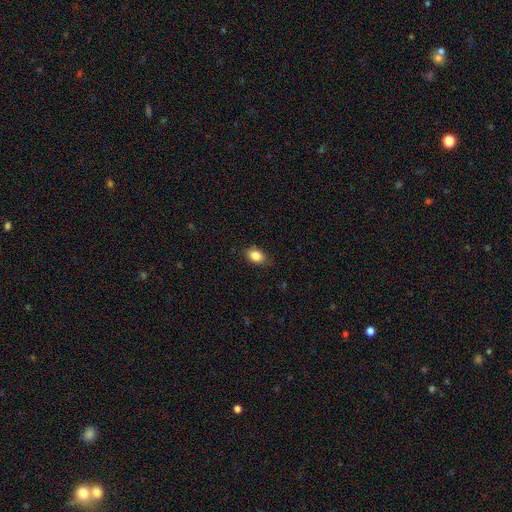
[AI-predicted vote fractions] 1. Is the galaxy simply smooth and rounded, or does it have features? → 85% smooth, 9% star or artifact, 6% featured or disk.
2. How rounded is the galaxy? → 79% in between, 20% round, 2% cigar-shaped.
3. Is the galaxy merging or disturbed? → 80% none, 16% minor disturbance, 3% major disturbance, 1% merger.